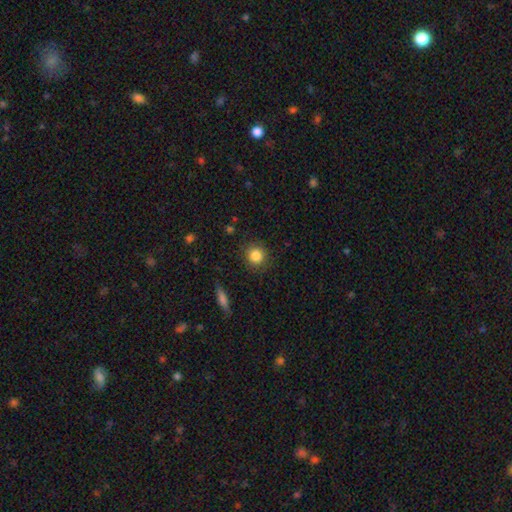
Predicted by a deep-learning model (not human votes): Q: Smooth or featured?
A: smooth (84%); runner-up: star or artifact (10%)
Q: How rounded?
A: round (90%); runner-up: in between (9%)
Q: Merging?
A: none (89%); runner-up: minor disturbance (8%)